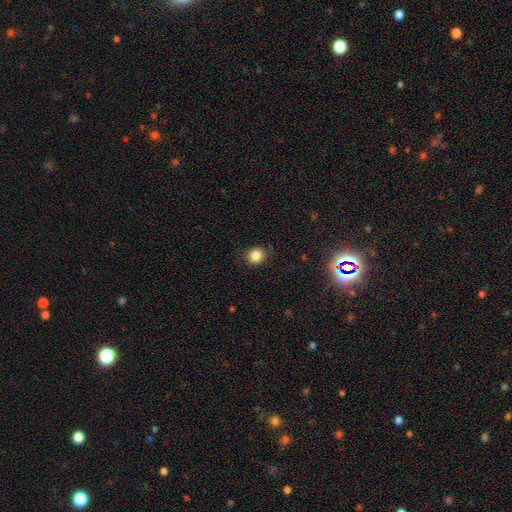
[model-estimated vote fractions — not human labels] Smooth or featured: smooth — 84% (star or artifact — 12%)
How rounded: round — 82% (in between — 17%)
Merging: none — 85% (minor disturbance — 11%)